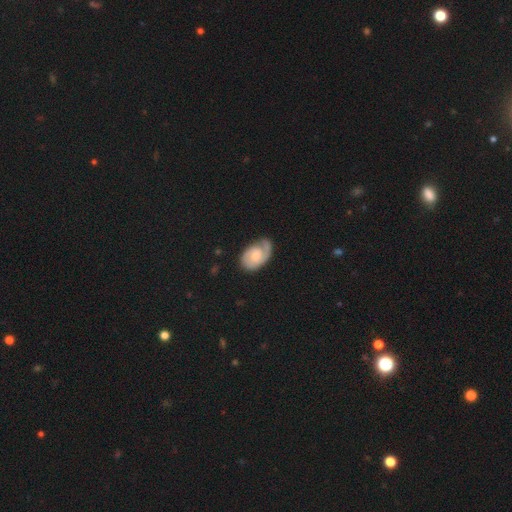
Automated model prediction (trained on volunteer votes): A featured or disk galaxy (69%) with no bar (68%), 2 (45%) tight (49%) spiral arms (92%) and a small central bulge (41%). Merging: none (60%).